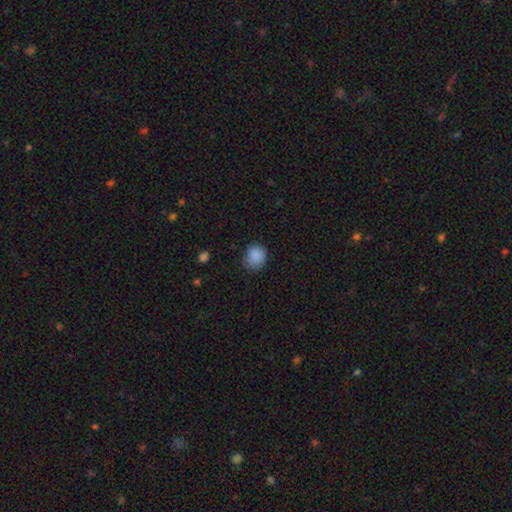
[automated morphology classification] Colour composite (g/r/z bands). It shows a smooth galaxy with no disk features (88%) that is round (77%). Merging: none (79%).